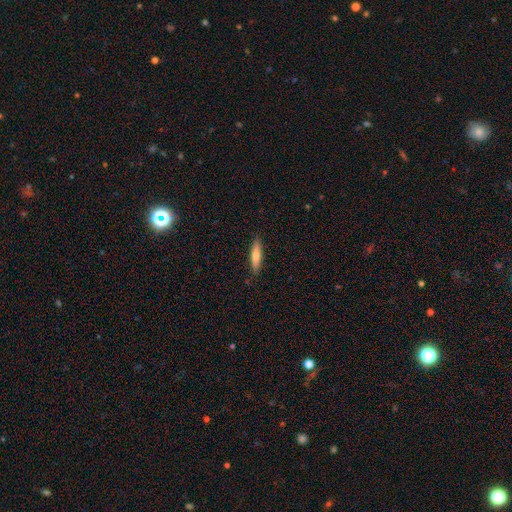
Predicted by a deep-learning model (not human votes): smooth 67%, featured or disk 27%, star or artifact 6%. Down the decision tree: how rounded — cigar-shaped (80%); merging — none (88%).